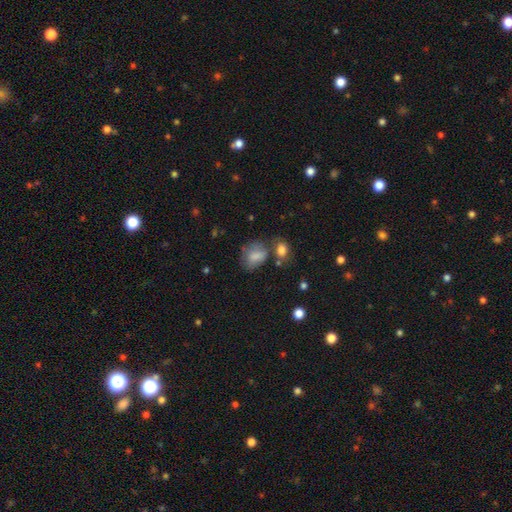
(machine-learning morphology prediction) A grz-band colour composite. It shows a smooth galaxy with no disk features (76%) that is in between round and cigar-shaped (67%). Merging: none (46%).